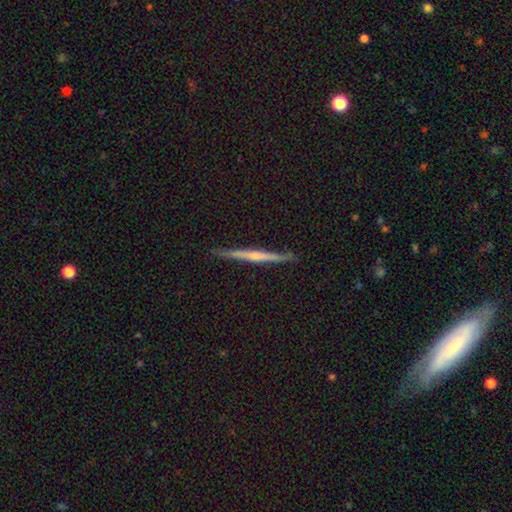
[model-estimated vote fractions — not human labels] Overall: featured or disk (70%). Edge-on disk: yes (98%). Edge-on bulge: rounded (56%; none 35%). Merging: none (90%).